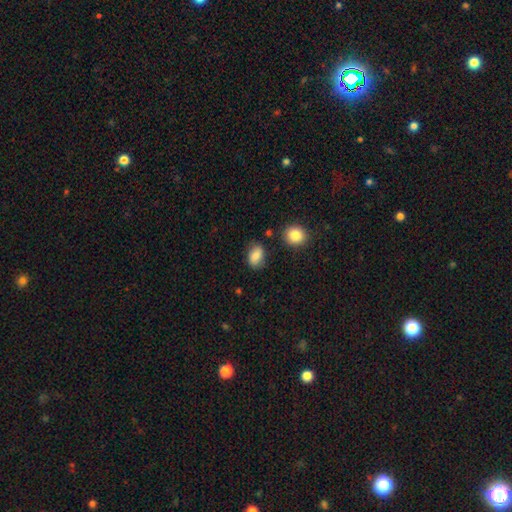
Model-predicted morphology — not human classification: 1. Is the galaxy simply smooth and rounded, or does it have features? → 84% smooth, 8% star or artifact, 7% featured or disk.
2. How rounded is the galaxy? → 81% in between, 17% round, 2% cigar-shaped.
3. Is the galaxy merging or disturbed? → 75% none, 18% minor disturbance, 4% major disturbance, 4% merger.